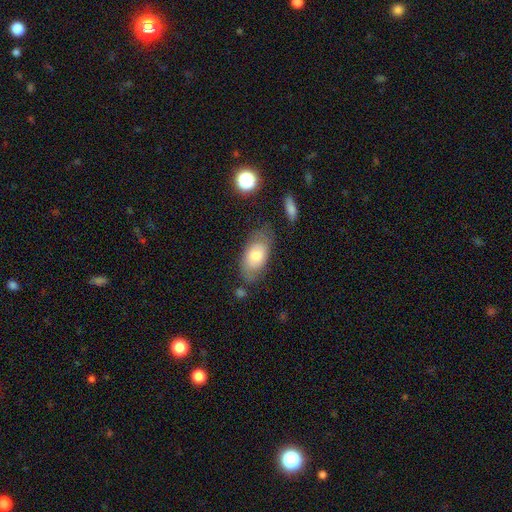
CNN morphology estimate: Smooth or featured?
  - smooth: 65% *
  - featured or disk: 28%
  - star or artifact: 8%
How rounded?
  - in between: 90% *
  - round: 6%
  - cigar-shaped: 3%
Merging?
  - none: 65% *
  - minor disturbance: 22%
  - major disturbance: 8%
  - merger: 5%